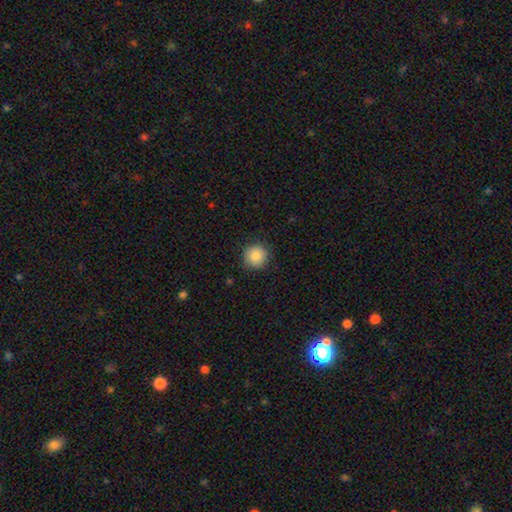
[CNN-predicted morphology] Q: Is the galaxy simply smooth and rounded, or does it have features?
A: smooth — 86%.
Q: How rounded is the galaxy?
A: round — 94%.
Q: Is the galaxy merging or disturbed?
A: none — 88%.